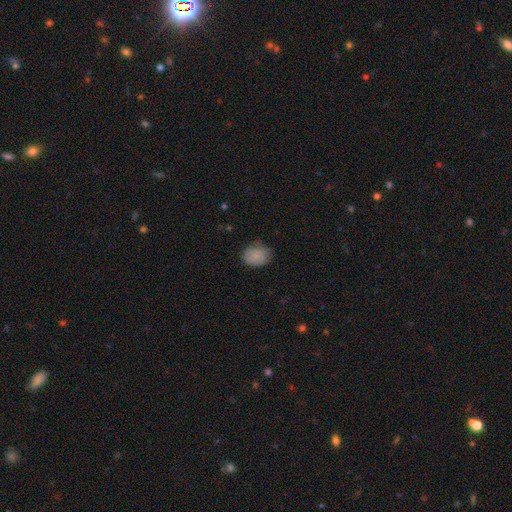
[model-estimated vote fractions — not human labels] Smooth or featured?
  - smooth: 84% *
  - star or artifact: 9%
  - featured or disk: 7%
How rounded?
  - in between: 57% *
  - round: 42%
  - cigar-shaped: 1%
Merging?
  - none: 70% *
  - minor disturbance: 24%
  - major disturbance: 5%
  - merger: 1%